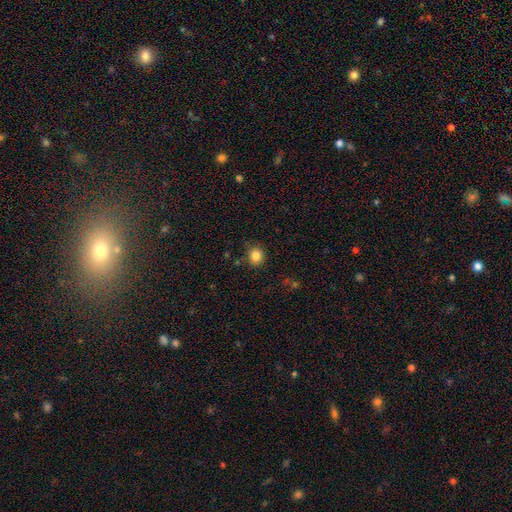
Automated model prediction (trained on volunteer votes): This is clearly a smooth galaxy (84%). How rounded: clearly round (84%). Merging: clearly none (84%).